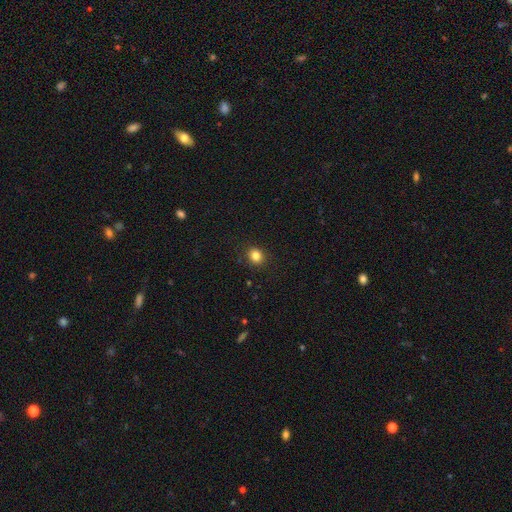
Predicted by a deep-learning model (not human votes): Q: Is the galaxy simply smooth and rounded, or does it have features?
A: smooth — 83%.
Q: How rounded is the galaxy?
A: round — 71%.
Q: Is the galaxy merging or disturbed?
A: none — 89%.